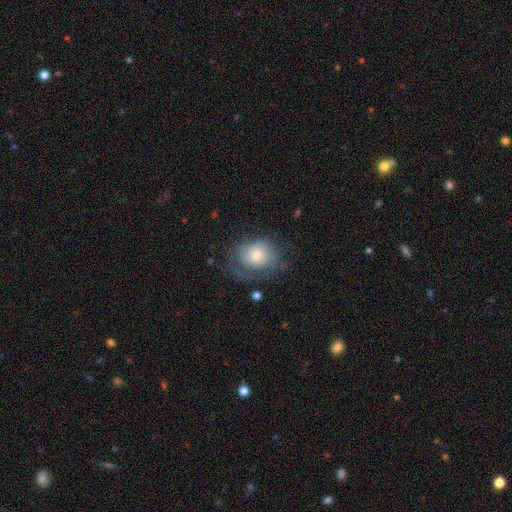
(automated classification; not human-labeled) featured or disk 60%, smooth 31%, star or artifact 9%. Down the decision tree: edge-on disk — no (97%); bar — no (73%); spiral arms — yes (81%); bulge size — moderate (54%); merging — none (54%).